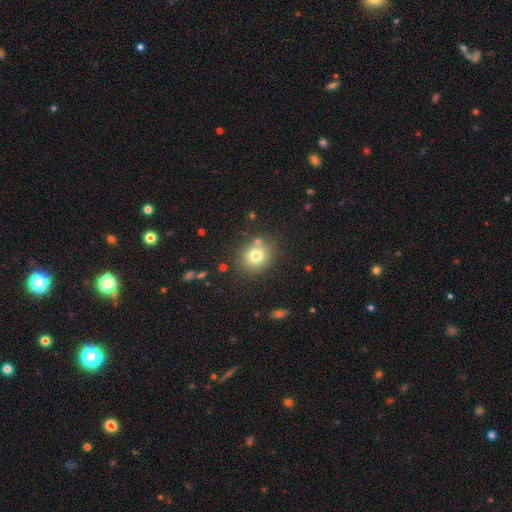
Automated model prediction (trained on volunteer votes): Smooth or featured? Predicted: smooth (p=0.77). How rounded? Predicted: round (p=0.78). Merging? Predicted: none (p=0.79).